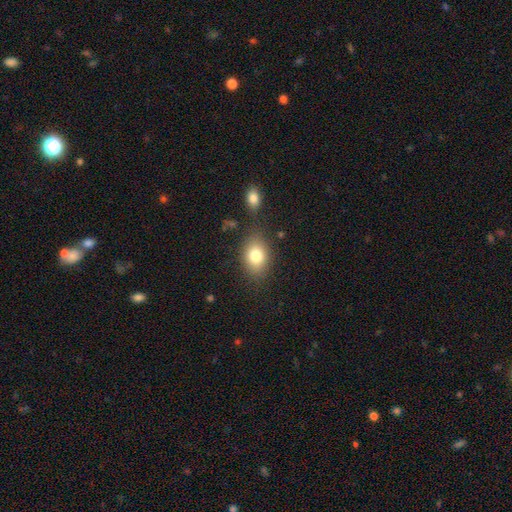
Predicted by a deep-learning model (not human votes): This is likely a smooth galaxy (79%). How rounded: likely in between (72%). Merging: likely none (76%).